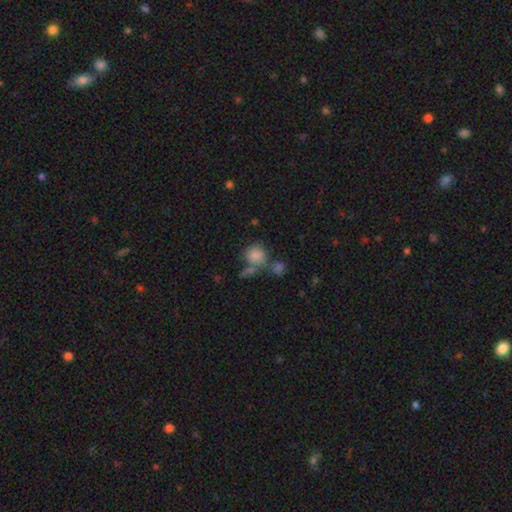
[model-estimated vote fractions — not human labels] smooth 82%, star or artifact 10%, featured or disk 8%. Down the decision tree: how rounded — round (80%); merging — none (50%).